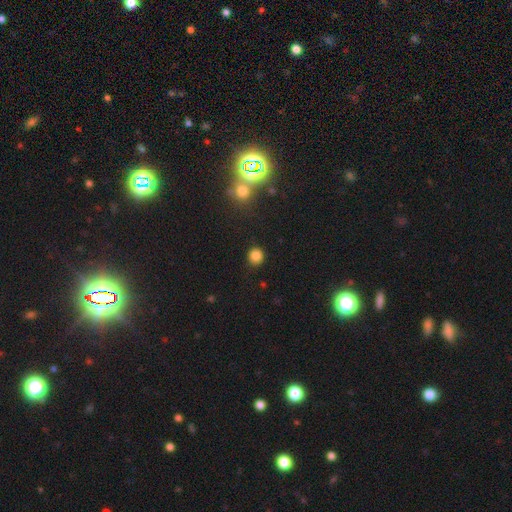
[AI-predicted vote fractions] Smooth or featured?
  - smooth: 84% *
  - star or artifact: 12%
  - featured or disk: 4%
How rounded?
  - round: 90% *
  - in between: 9%
  - cigar-shaped: 1%
Merging?
  - none: 90% *
  - minor disturbance: 7%
  - major disturbance: 2%
  - merger: 1%